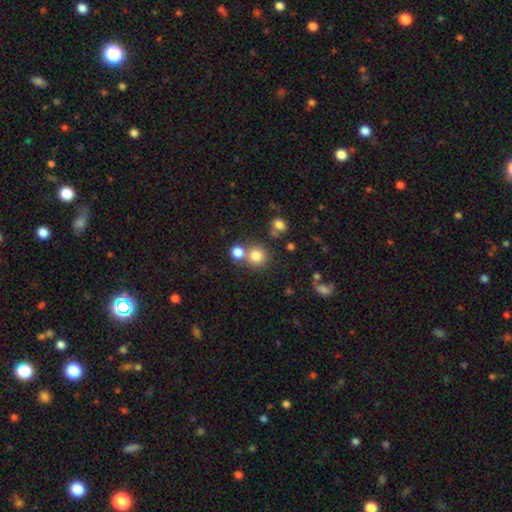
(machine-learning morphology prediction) smooth 78%, star or artifact 14%, featured or disk 8%. Down the decision tree: how rounded — round (90%); merging — none (62%).